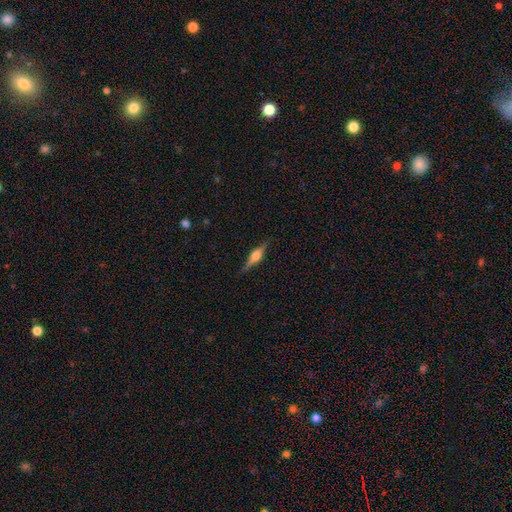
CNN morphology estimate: Smooth or featured?
  - featured or disk: 77% *
  - smooth: 17%
  - star or artifact: 6%
Edge-on disk?
  - yes: 98% *
  - no: 2%
Edge-on bulge?
  - rounded: 91% *
  - boxy: 8%
  - none: 2%
Merging?
  - none: 87% *
  - minor disturbance: 10%
  - major disturbance: 2%
  - merger: 1%